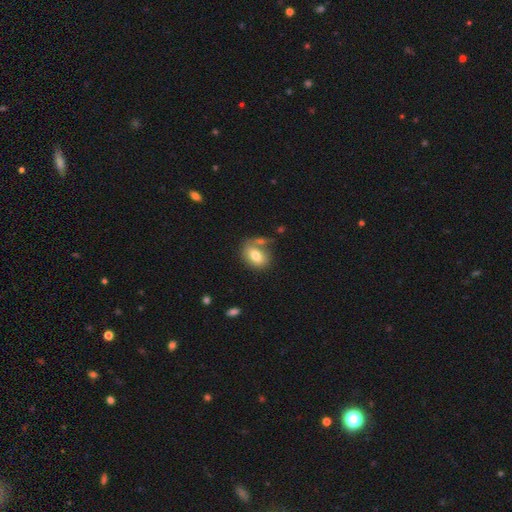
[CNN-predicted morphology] type=smooth (73%); roundness=in between (73%); merging=none (50%).